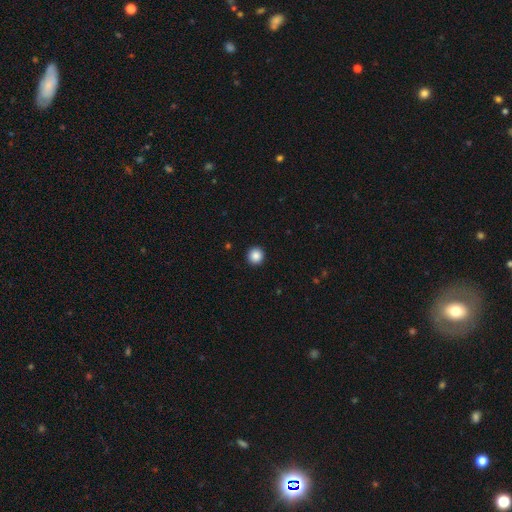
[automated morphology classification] The model was most divided on "smooth or featured": smooth: 87%, star or artifact: 10%, featured or disk: 3%. More confident: how rounded — round (96%); merging — none (94%).